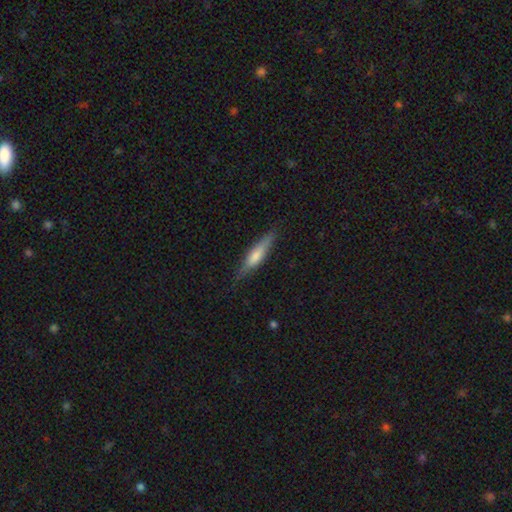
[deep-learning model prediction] Smooth or featured: smooth — 51% (featured or disk — 43%)
How rounded: cigar-shaped — 83% (in between — 16%)
Merging: none — 81% (minor disturbance — 15%)